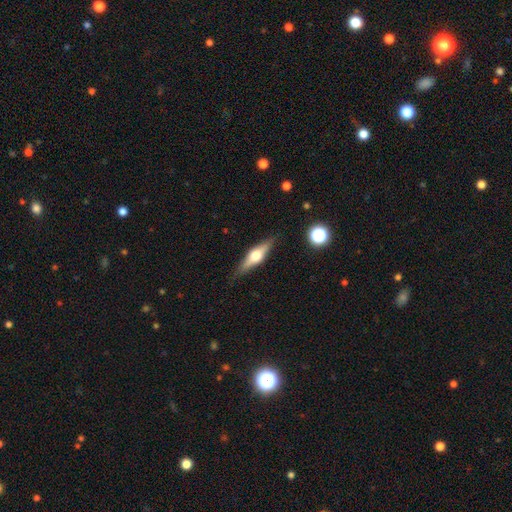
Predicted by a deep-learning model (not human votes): smooth_or_featured: featured or disk (p=0.59) [alt: smooth p=0.34]
disk_edge_on: yes (p=0.94) [alt: no p=0.06]
edge_on_bulge: rounded (p=0.92) [alt: boxy p=0.06]
merging: none (p=0.86) [alt: minor disturbance p=0.11]